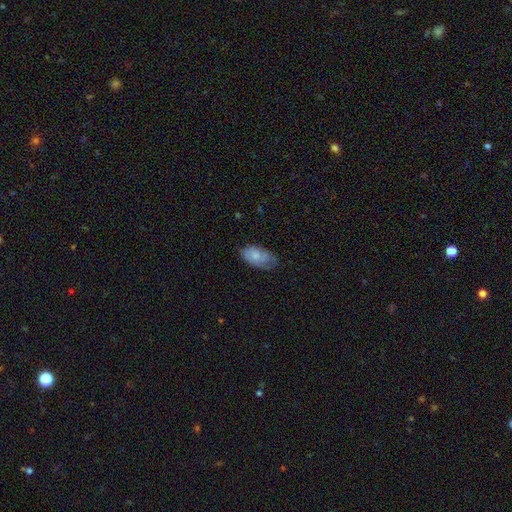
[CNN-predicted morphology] Overall: smooth (60%; featured or disk 34%). How rounded: in between (92%). Merging: none (54%; minor disturbance 33%).